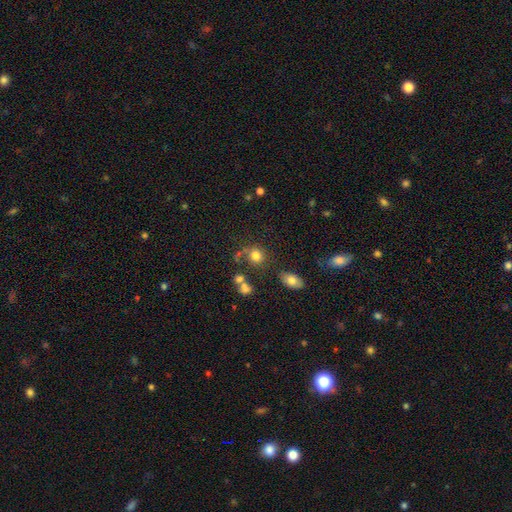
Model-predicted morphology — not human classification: smooth-or-featured: smooth: 78% | star or artifact: 13% | featured or disk: 9%
  how-rounded: round: 78% | in between: 21% | cigar-shaped: 1%
  merging: none: 65% | merger: 14% | minor disturbance: 14% | major disturbance: 7%